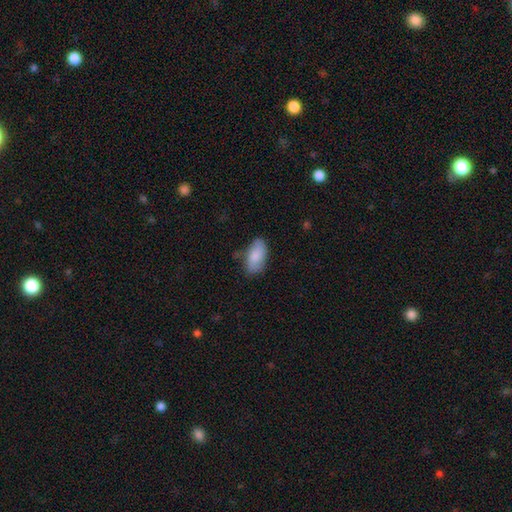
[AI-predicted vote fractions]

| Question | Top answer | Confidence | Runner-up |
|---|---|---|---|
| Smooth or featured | smooth | 81% | featured or disk (13%) |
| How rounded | in between | 93% | cigar-shaped (3%) |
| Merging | none | 72% | minor disturbance (22%) |